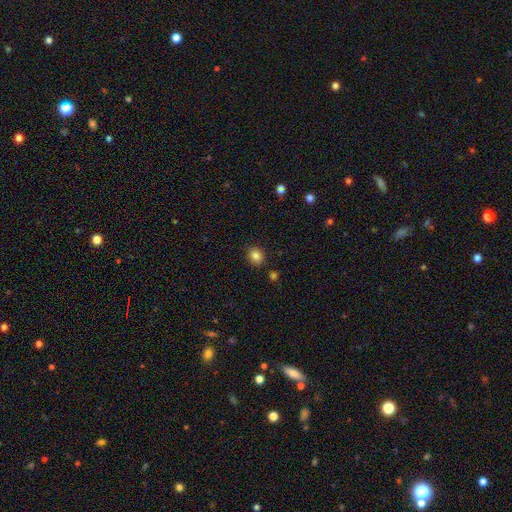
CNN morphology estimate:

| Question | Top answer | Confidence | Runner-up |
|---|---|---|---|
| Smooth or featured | smooth | 84% | star or artifact (11%) |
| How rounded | round | 74% | in between (25%) |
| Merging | none | 85% | minor disturbance (10%) |